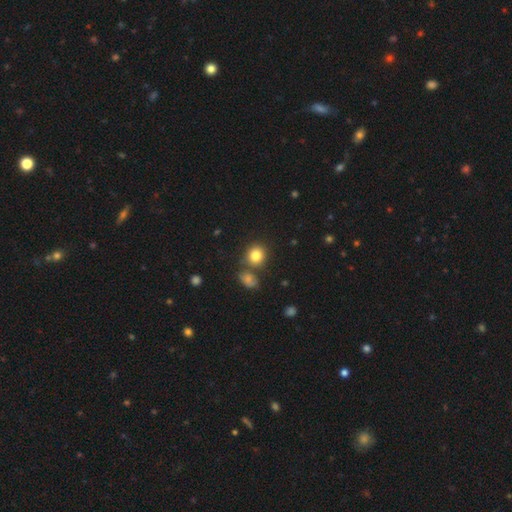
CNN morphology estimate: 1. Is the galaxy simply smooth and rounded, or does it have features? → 82% smooth, 11% star or artifact, 7% featured or disk.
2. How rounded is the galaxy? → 81% round, 18% in between, 1% cigar-shaped.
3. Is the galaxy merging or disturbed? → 70% none, 16% merger, 10% minor disturbance, 3% major disturbance.